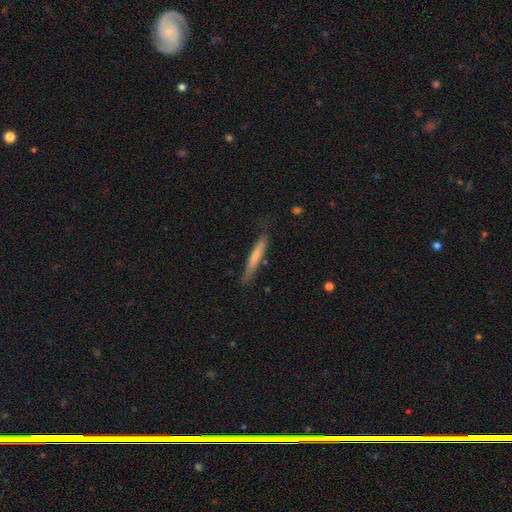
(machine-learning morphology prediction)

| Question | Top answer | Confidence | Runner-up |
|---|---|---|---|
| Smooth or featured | smooth | 66% | featured or disk (29%) |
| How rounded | cigar-shaped | 95% | in between (4%) |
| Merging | none | 76% | minor disturbance (18%) |